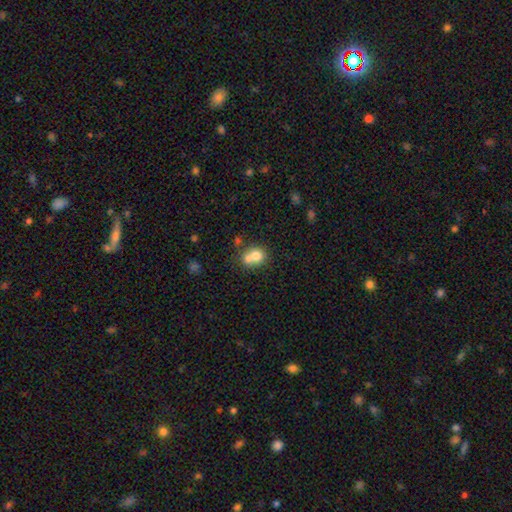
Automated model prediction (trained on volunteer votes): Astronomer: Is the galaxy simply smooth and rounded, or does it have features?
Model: smooth — 74%.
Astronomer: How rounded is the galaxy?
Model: round — 76%.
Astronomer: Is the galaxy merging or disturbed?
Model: merger — 56% (runner-up: none, 35%).